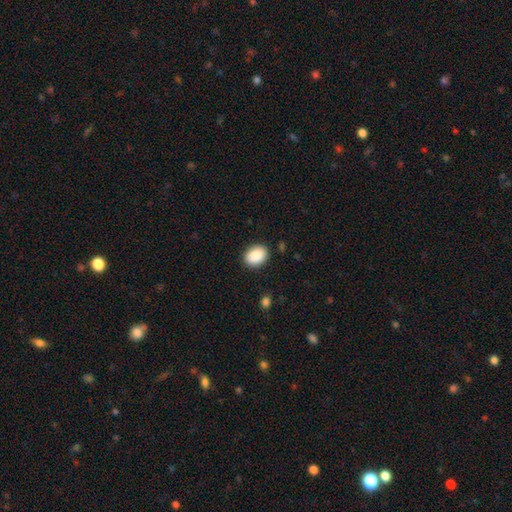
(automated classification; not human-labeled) Overall: smooth (89%). How rounded: in between (67%; round 33%). Merging: none (88%).